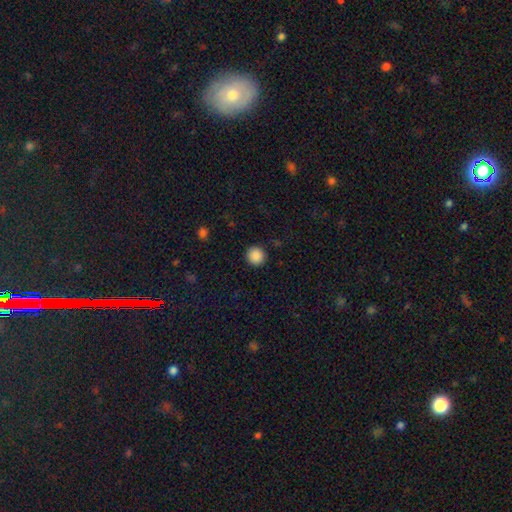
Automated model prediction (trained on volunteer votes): Smooth or featured? Predicted: smooth (p=0.88). How rounded? Predicted: round (p=0.94). Merging? Predicted: none (p=0.92).